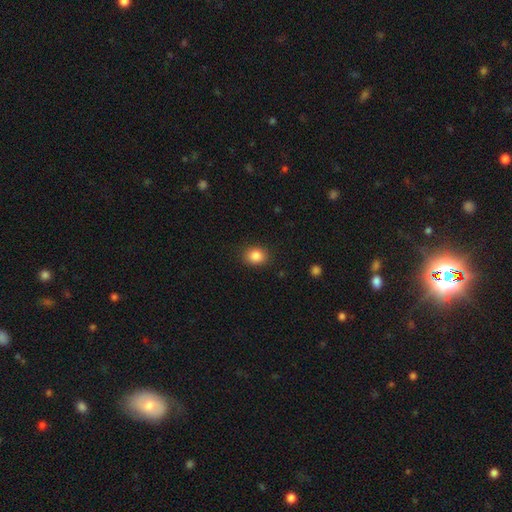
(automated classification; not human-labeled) The model was most divided on "how rounded": round: 62%, in between: 37%, cigar-shaped: 1%. More confident: merging — none (88%); smooth or featured — smooth (86%).